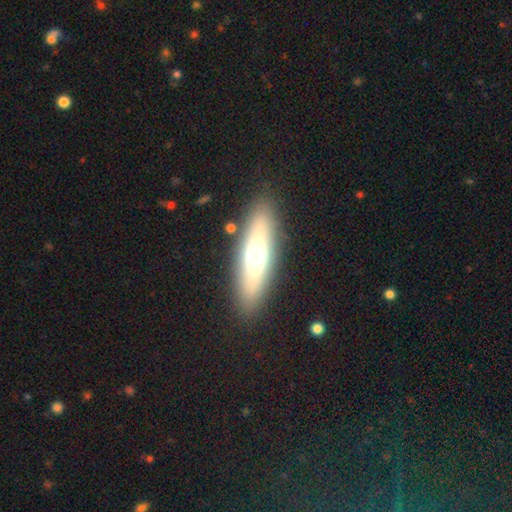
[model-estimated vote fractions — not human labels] smooth 55%, featured or disk 38%, star or artifact 7%. Down the decision tree: how rounded — cigar-shaped (60%); merging — none (88%).